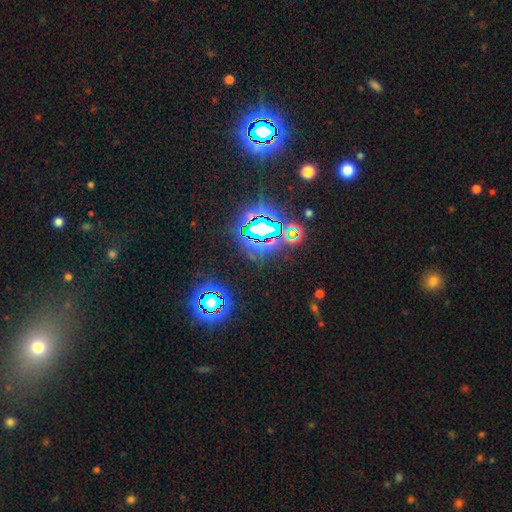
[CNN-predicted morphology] This is likely a star or artifact rather than a galaxy (80%).